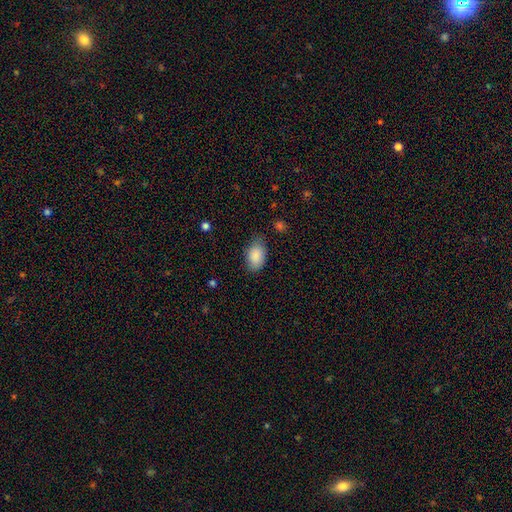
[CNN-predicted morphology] smooth_or_featured: smooth (p=0.89) [alt: star or artifact p=0.06]
how_rounded: in between (p=0.92) [alt: round p=0.07]
merging: none (p=0.72) [alt: minor disturbance p=0.22]